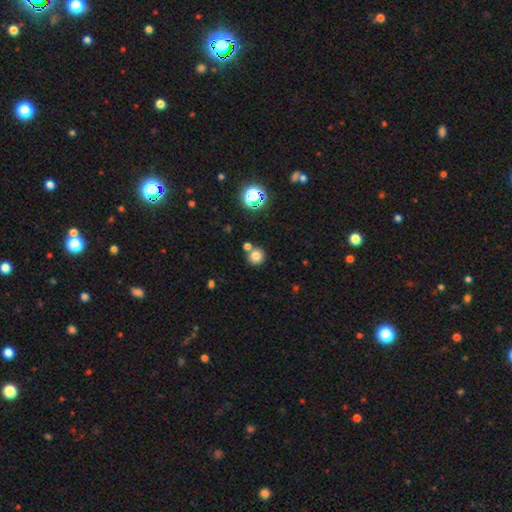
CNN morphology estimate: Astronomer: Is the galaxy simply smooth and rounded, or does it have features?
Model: smooth — 78%.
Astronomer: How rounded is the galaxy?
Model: round — 91%.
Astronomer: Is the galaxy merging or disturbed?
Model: none — 69%.